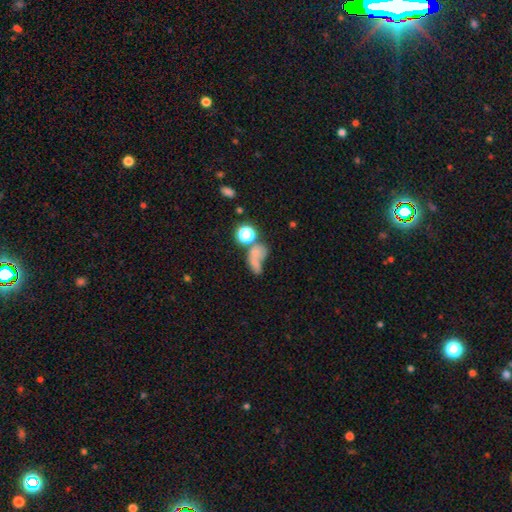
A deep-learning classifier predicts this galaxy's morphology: type=smooth (61%); roundness=in between (58%); merging=merger (44%).